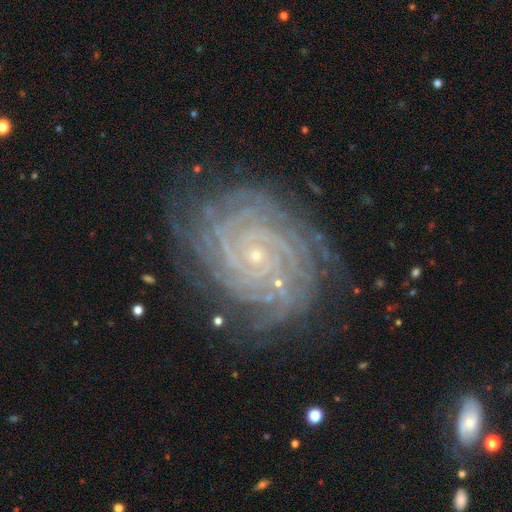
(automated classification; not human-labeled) The model was most divided on "spiral arm count": more than 4: 28%, 4: 21%, can't tell: 16%, 3: 13%, 2: 12%, 1: 9%. More confident: spiral arms — yes (99%); edge-on disk — no (98%); smooth or featured — featured or disk (90%); spiral winding — tight (87%); bulge size — small (87%); merging — none (79%); bar — no (73%).